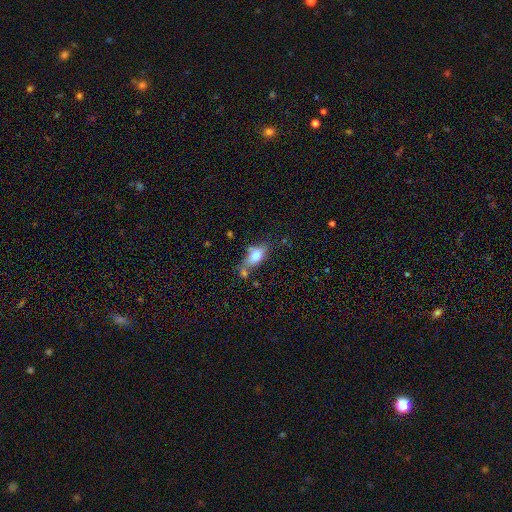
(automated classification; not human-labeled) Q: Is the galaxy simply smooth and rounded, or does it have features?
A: smooth — 69%.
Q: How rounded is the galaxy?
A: in between — 80%.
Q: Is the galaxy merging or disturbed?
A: none — 49%.